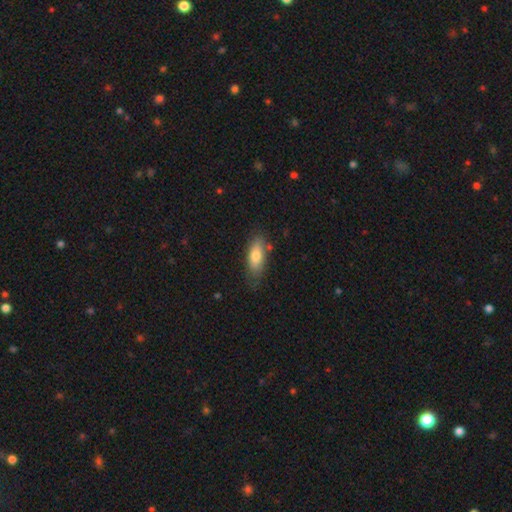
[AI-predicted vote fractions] smooth 76%, featured or disk 18%, star or artifact 7%. Down the decision tree: how rounded — in between (75%); merging — none (71%).